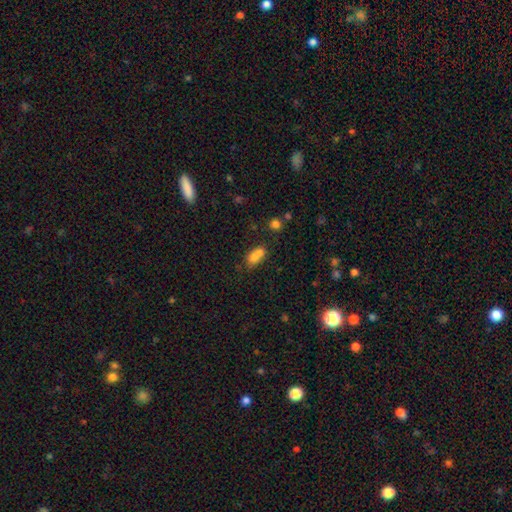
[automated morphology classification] type=smooth (70%); roundness=in between (58%); merging=merger (60%).